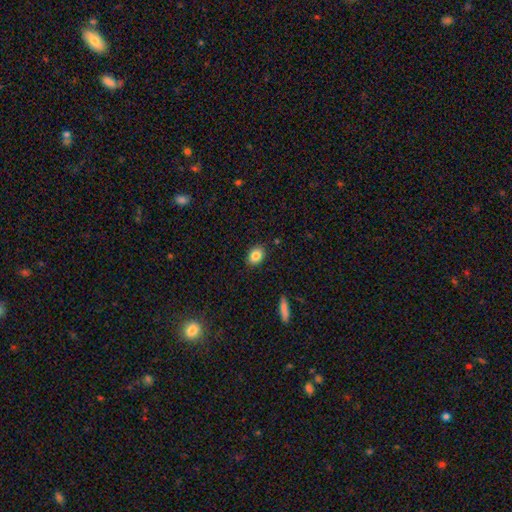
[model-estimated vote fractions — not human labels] smooth_or_featured: smooth (p=0.85) [alt: star or artifact p=0.08]
how_rounded: in between (p=0.68) [alt: round p=0.31]
merging: none (p=0.88) [alt: minor disturbance p=0.09]